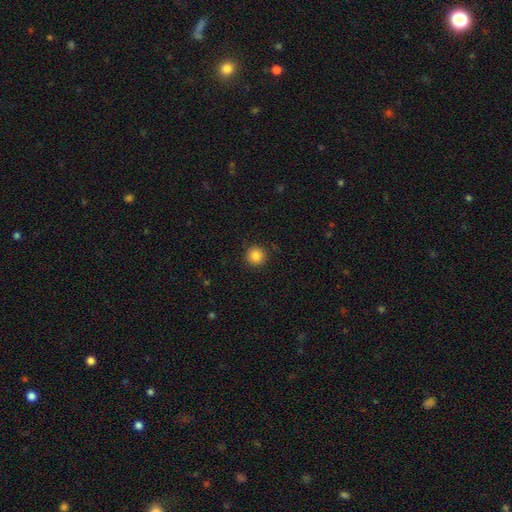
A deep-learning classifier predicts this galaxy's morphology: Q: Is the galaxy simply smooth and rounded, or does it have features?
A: smooth — 86%.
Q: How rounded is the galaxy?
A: round — 95%.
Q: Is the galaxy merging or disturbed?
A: none — 90%.